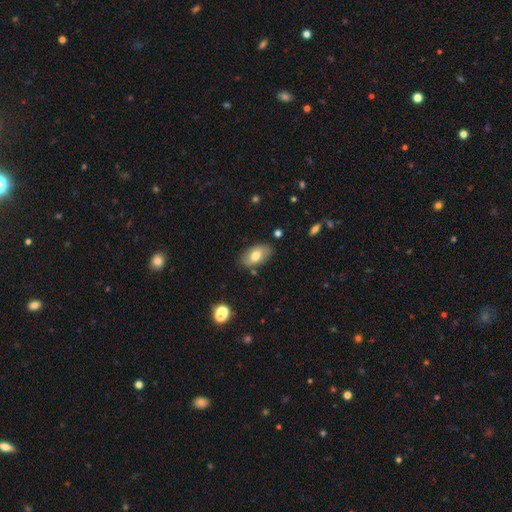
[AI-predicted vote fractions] Smooth or featured? Predicted: smooth (p=0.71). How rounded? Predicted: in between (p=0.93). Merging? Predicted: none (p=0.81).